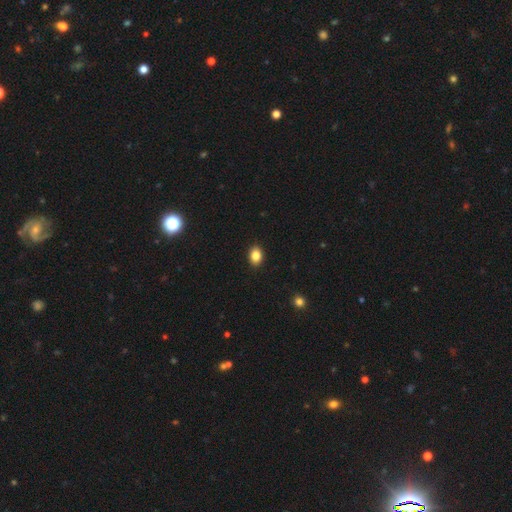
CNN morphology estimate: Smooth or featured? smooth (85%)
How rounded? in between (69%)
Merging? none (91%)